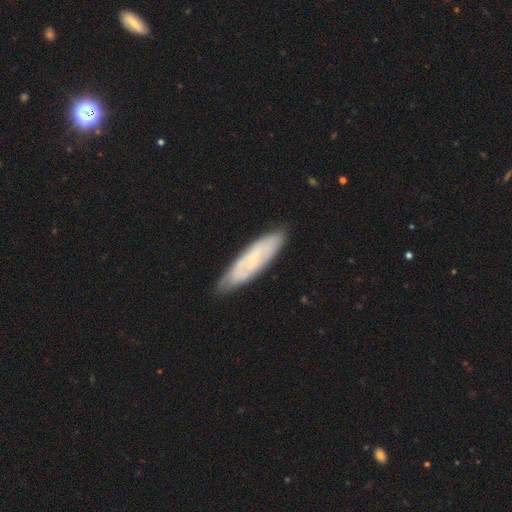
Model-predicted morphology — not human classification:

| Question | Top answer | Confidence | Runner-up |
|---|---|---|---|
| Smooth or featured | featured or disk | 49% | smooth (43%) |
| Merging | none | 82% | minor disturbance (14%) |